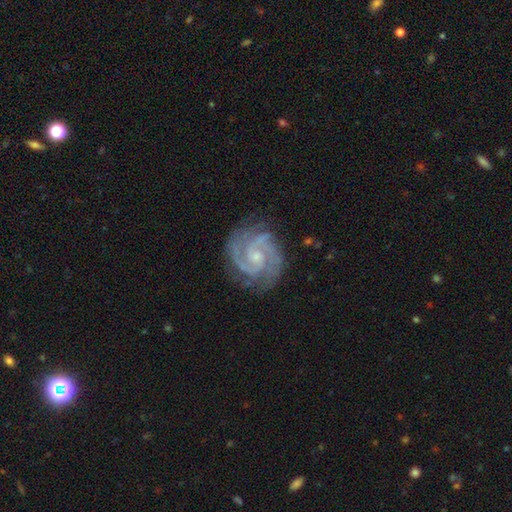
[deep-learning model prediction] Q: Smooth or featured?
A: featured or disk (93%); runner-up: star or artifact (4%)
Q: Edge-on disk?
A: no (98%); runner-up: yes (2%)
Q: Bar?
A: no (55%); runner-up: weak (37%)
Q: Spiral arms?
A: yes (99%); runner-up: no (1%)
Q: Spiral winding?
A: tight (56%); runner-up: medium (40%)
Q: Spiral arm count?
A: 2 (67%); runner-up: 3 (19%)
Q: Bulge size?
A: small (63%); runner-up: moderate (28%)
Q: Merging?
A: none (79%); runner-up: minor disturbance (15%)